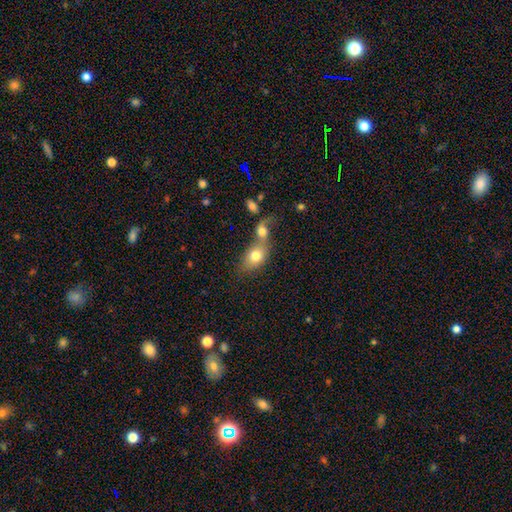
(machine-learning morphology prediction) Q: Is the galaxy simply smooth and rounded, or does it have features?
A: smooth — 76%.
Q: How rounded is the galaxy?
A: in between — 69%.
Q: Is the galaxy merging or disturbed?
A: merger — 66%.